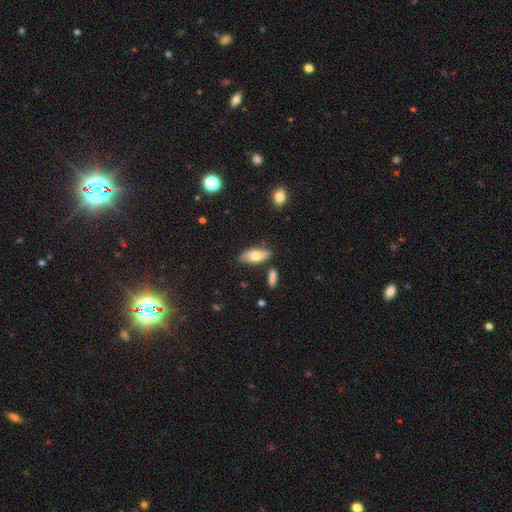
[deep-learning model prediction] Morphology: type=smooth (72%); roundness=in between (83%); merging=none (77%).